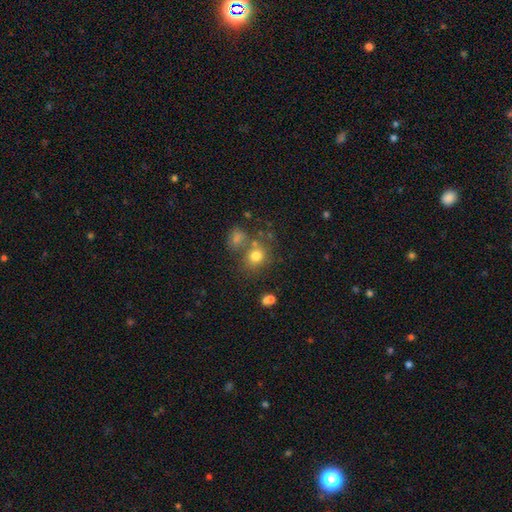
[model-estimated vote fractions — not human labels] Morphology: type=smooth (76%); roundness=round (72%); merging=none (59%).